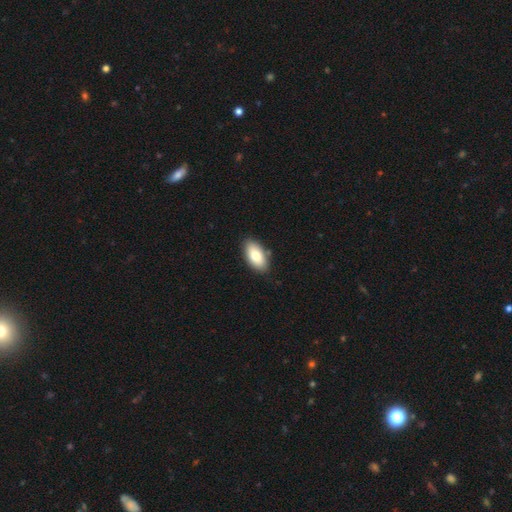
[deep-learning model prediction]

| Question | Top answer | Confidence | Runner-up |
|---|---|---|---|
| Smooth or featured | smooth | 79% | featured or disk (15%) |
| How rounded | in between | 93% | cigar-shaped (3%) |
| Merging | none | 86% | minor disturbance (10%) |